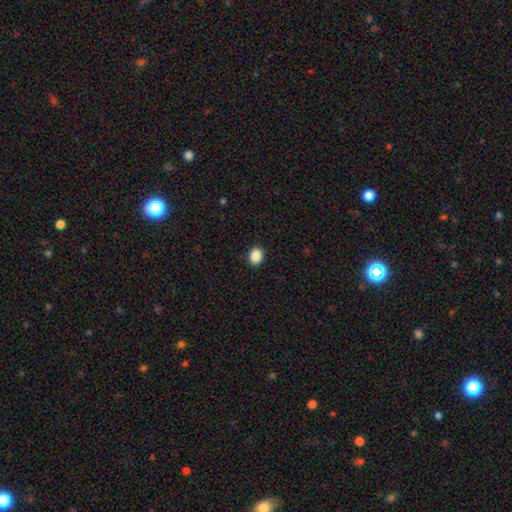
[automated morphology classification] smooth_or_featured: smooth (p=0.88) [alt: star or artifact p=0.09]
how_rounded: round (p=0.51) [alt: in between p=0.48]
merging: none (p=0.90) [alt: minor disturbance p=0.07]